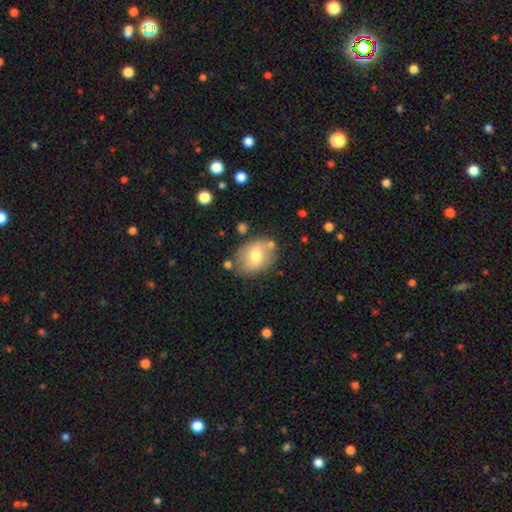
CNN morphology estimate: Smooth or featured?
  - smooth: 66% *
  - featured or disk: 26%
  - star or artifact: 8%
How rounded?
  - in between: 69% *
  - round: 30%
  - cigar-shaped: 1%
Merging?
  - none: 73% *
  - minor disturbance: 16%
  - merger: 6%
  - major disturbance: 4%